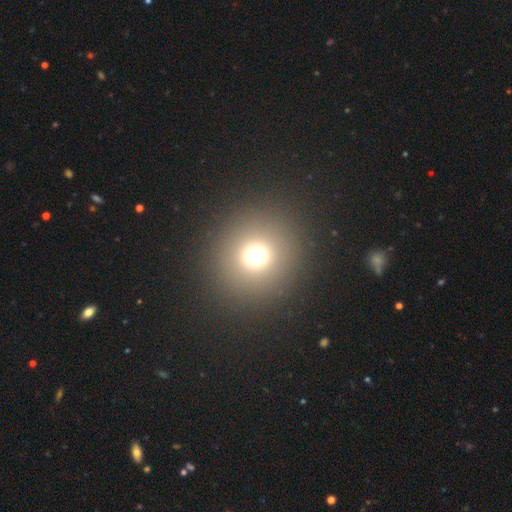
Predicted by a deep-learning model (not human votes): A smooth galaxy with no disk features (68%) that is round (93%). Merging: none (89%).